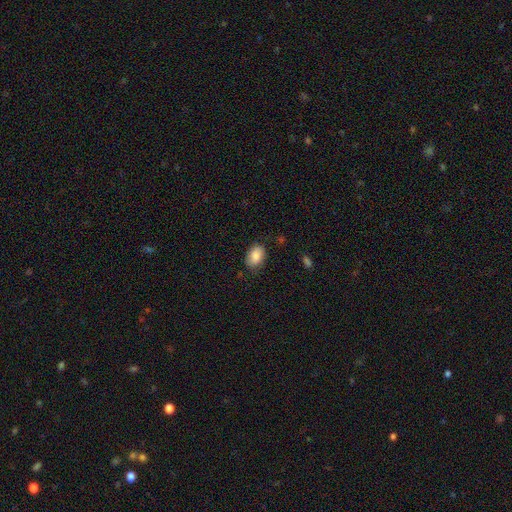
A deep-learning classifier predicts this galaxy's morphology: Q: Smooth or featured?
A: smooth (86%); runner-up: star or artifact (7%)
Q: How rounded?
A: in between (87%); runner-up: round (12%)
Q: Merging?
A: none (75%); runner-up: minor disturbance (19%)